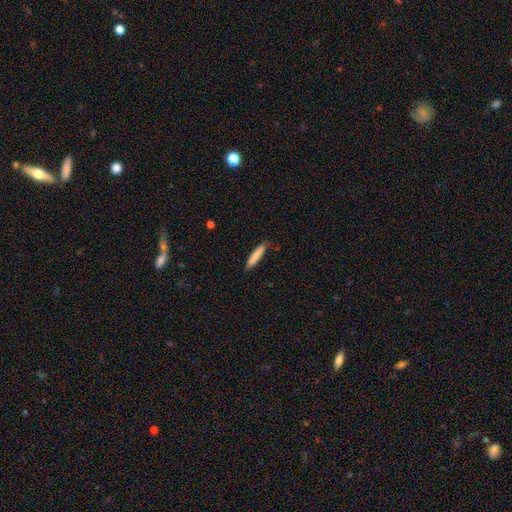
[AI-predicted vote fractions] This appears to be a smooth galaxy with no disk features (83%) that is cigar-shaped (88%). Merging: none (81%).